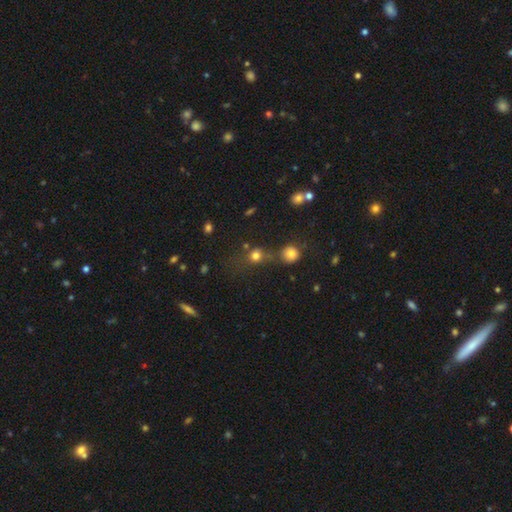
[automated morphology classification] smooth 74%, star or artifact 18%, featured or disk 8%. Down the decision tree: how rounded — round (83%); merging — none (53%).